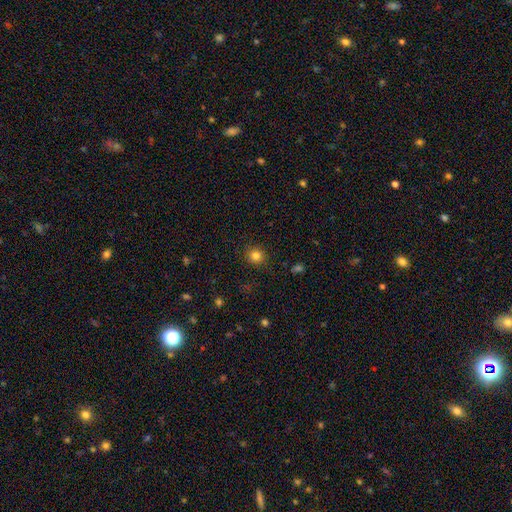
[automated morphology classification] type=smooth (83%); roundness=round (91%); merging=none (89%).